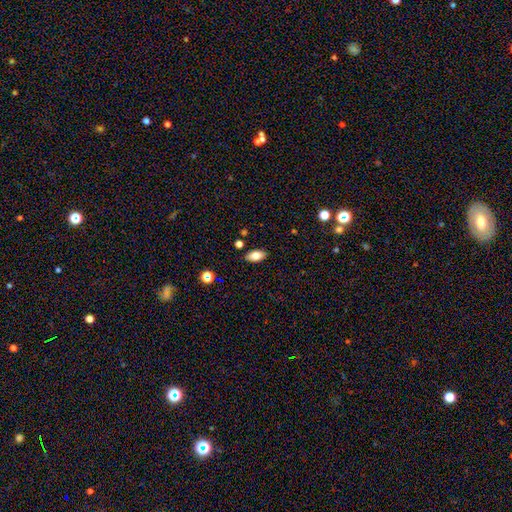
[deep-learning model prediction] The model was most divided on "smooth or featured": smooth: 78%, featured or disk: 13%, star or artifact: 9%. More confident: how rounded — in between (90%); merging — none (86%).